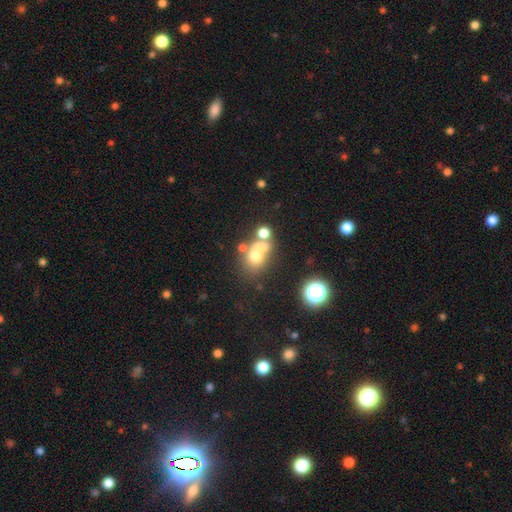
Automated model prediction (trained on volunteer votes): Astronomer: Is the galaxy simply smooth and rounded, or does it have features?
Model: smooth — 60%.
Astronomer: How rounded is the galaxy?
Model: round — 58% (runner-up: in between, 41%).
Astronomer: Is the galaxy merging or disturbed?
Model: merger — 47% (runner-up: none, 34%).